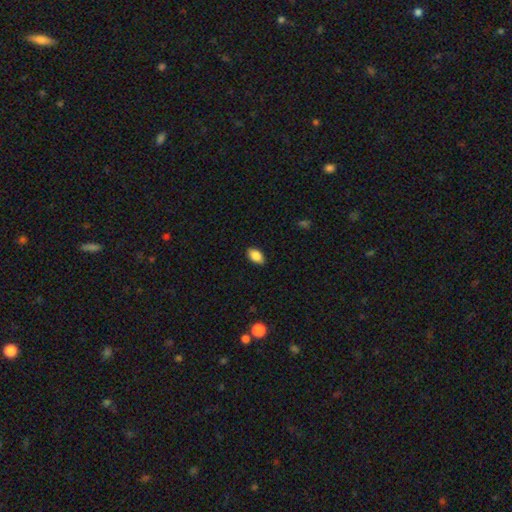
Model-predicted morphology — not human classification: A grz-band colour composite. It shows a smooth galaxy with no disk features (86%) that is in between round and cigar-shaped (91%). Merging: none (87%).